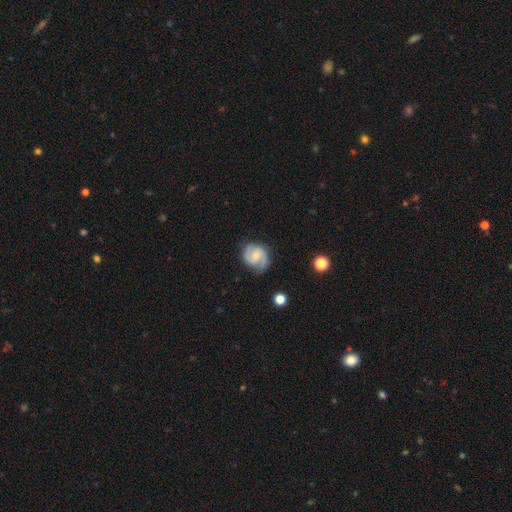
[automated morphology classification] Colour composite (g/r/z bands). It shows a featured or disk galaxy (77%) with no bar (47%), 2 (82%) medium (49%) spiral arms (95%) and a small central bulge (59%). Merging: none (73%).